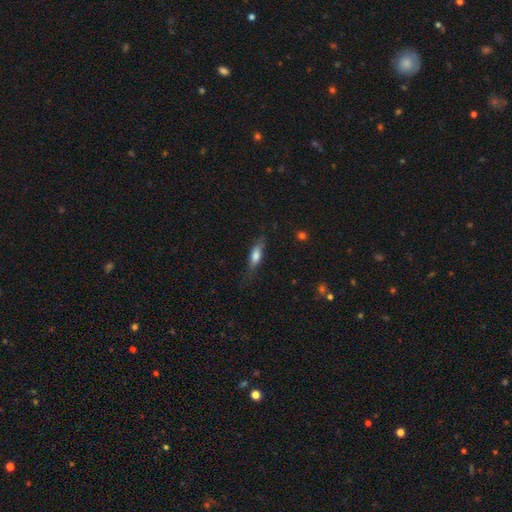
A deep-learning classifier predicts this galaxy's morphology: Overall: smooth (68%). How rounded: in between (49%; cigar-shaped 48%). Merging: none (72%).